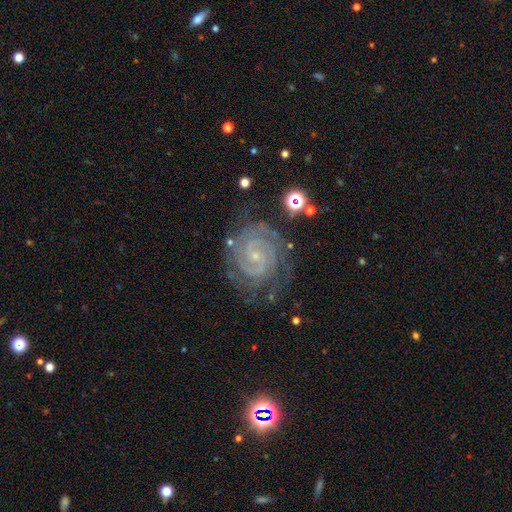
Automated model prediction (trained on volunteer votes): Morphology: type=featured or disk (89%); edge-on=no (98%); bar=no (58%); spiral arms=yes (98%); winding=tight (79%); arm count=2 (53%); bulge=small (83%); merging=none (75%).